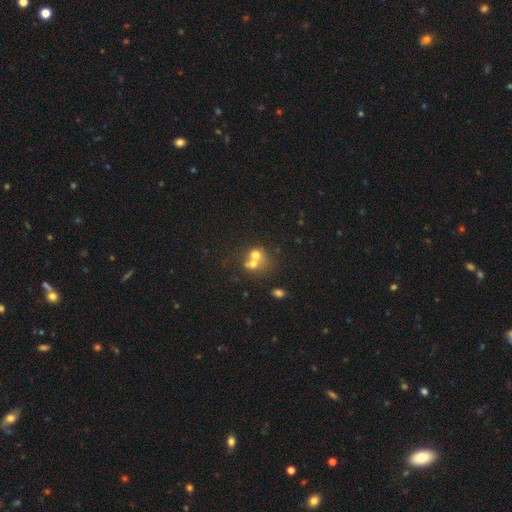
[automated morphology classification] Q: Smooth or featured?
A: smooth (60%); runner-up: featured or disk (26%)
Q: How rounded?
A: round (70%); runner-up: in between (29%)
Q: Merging?
A: merger (63%); runner-up: none (25%)